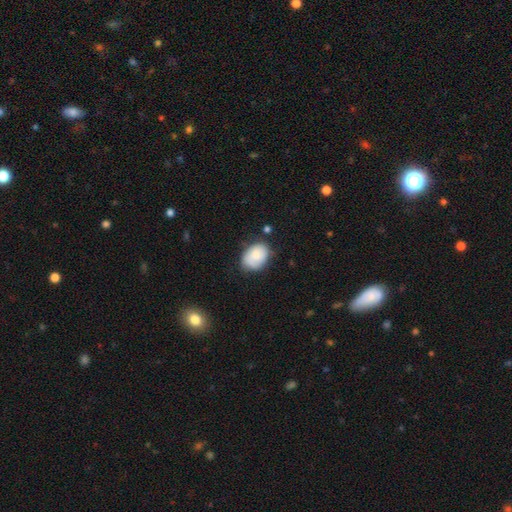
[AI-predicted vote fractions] The model was most divided on "merging": none: 65%, minor disturbance: 26%, major disturbance: 6%, merger: 3%. More confident: how rounded — in between (78%); smooth or featured — smooth (77%).